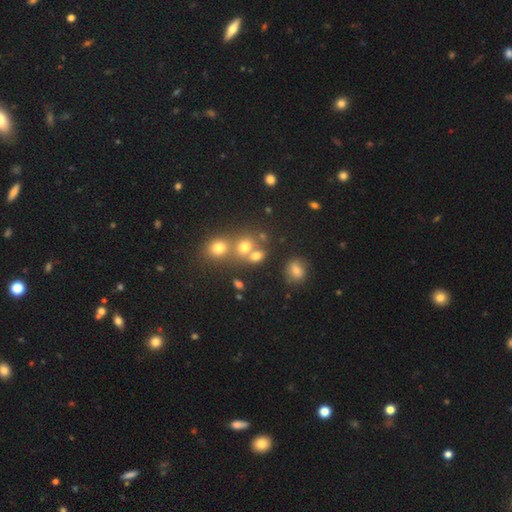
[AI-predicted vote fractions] Overall: smooth (68%). How rounded: round (62%; in between 37%). Merging: merger (43%, tied with none).